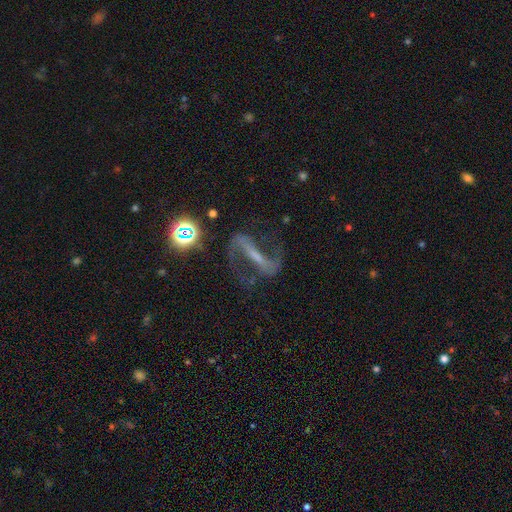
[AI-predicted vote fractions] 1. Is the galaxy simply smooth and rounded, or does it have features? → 82% featured or disk, 11% star or artifact, 7% smooth.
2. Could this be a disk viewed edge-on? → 90% no, 10% yes.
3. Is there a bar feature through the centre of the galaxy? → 75% strong, 17% weak, 7% no.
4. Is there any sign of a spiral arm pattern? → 92% yes, 8% no.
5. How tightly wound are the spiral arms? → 56% loose, 35% medium, 9% tight.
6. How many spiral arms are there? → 92% 2, 3% can't tell, 2% 1, 1% 3, 1% 4, 1% more than 4.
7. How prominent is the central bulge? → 45% small, 35% none, 16% moderate, 3% large, 1% dominant.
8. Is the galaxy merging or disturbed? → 70% none, 14% major disturbance, 13% minor disturbance, 3% merger.